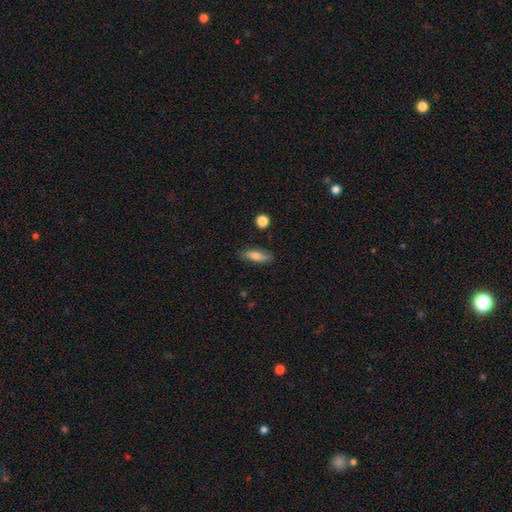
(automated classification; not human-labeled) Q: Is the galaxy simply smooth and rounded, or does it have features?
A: smooth — 70%.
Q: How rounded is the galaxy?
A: in between — 53%.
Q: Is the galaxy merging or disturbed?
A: none — 81%.